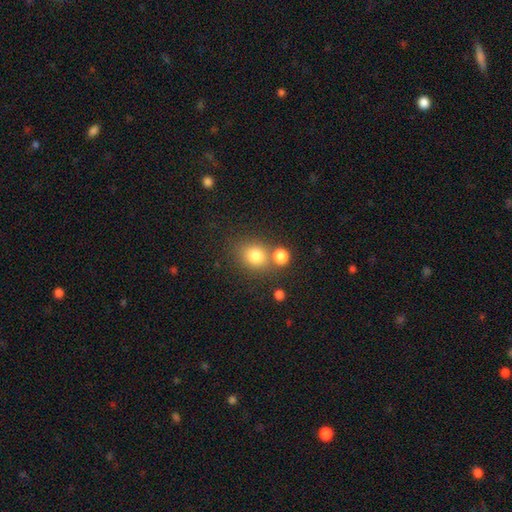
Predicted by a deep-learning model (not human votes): Morphology: type=smooth (79%); roundness=round (70%); merging=none (66%).